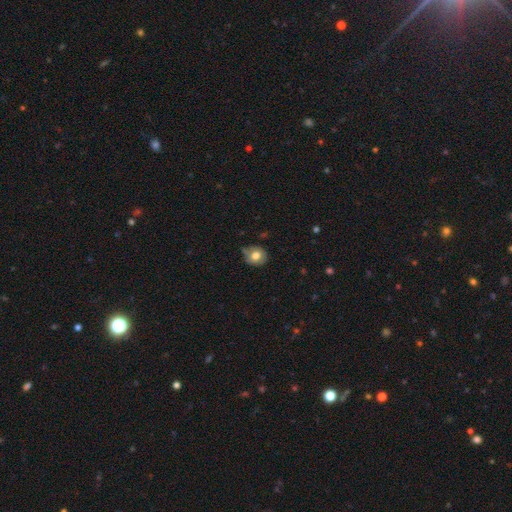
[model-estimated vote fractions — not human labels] A smooth galaxy with no disk features (70%) that is round (70%). Merging: none (64%).